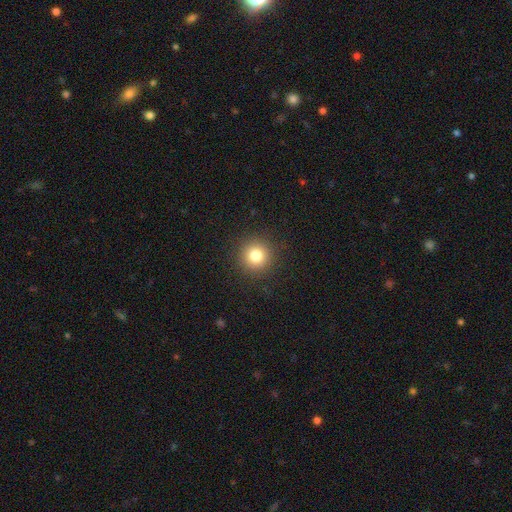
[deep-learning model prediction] The model was most divided on "smooth or featured": smooth: 81%, star or artifact: 12%, featured or disk: 7%. More confident: how rounded — round (95%); merging — none (91%).